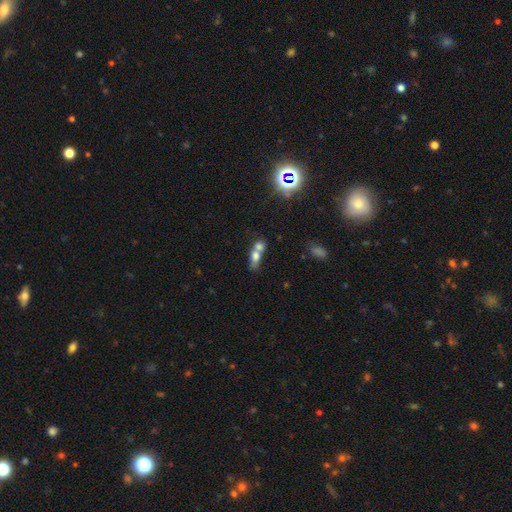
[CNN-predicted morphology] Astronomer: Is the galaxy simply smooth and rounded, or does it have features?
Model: smooth — 66%.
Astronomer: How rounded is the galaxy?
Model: in between — 57% (runner-up: round, 34%).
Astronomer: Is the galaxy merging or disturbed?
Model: merger — 69%.